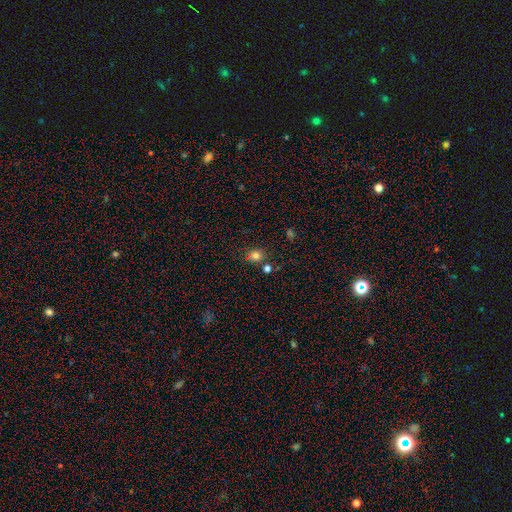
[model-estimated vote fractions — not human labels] Overall: smooth (75%). How rounded: round (80%). Merging: none (72%).